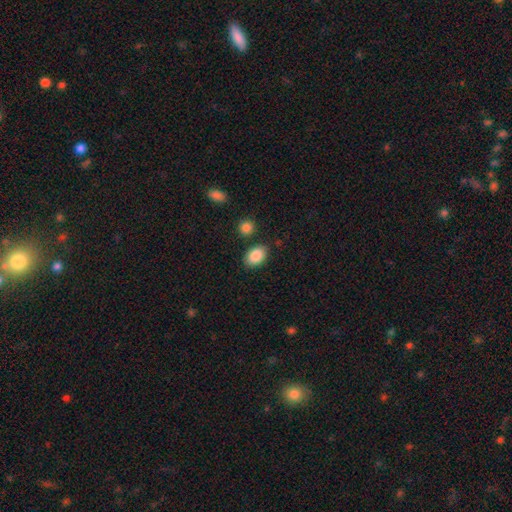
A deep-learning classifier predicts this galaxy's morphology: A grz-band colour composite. It shows a smooth galaxy with no disk features (88%) that is in between round and cigar-shaped (87%). Merging: none (82%).